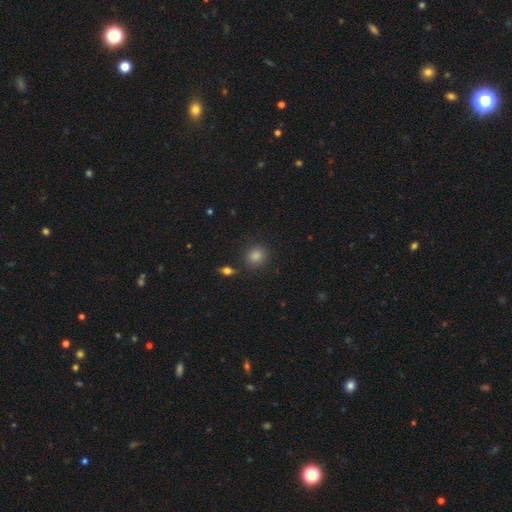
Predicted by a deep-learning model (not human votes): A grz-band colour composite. It shows a smooth galaxy with no disk features (80%) that is round (81%). Merging: none (86%).